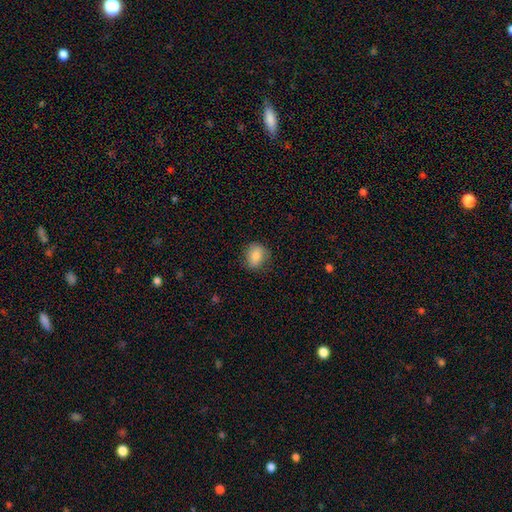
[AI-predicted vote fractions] This appears to be a smooth galaxy with no disk features (79%) that is round (55%). Merging: none (77%).